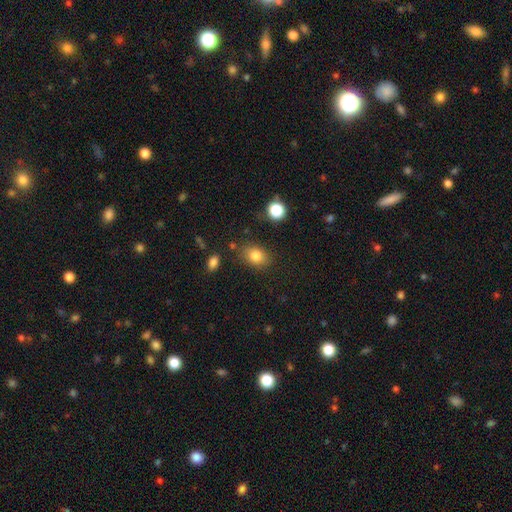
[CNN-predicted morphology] Smooth or featured? smooth (82%)
How rounded? in between (65%)
Merging? none (78%)